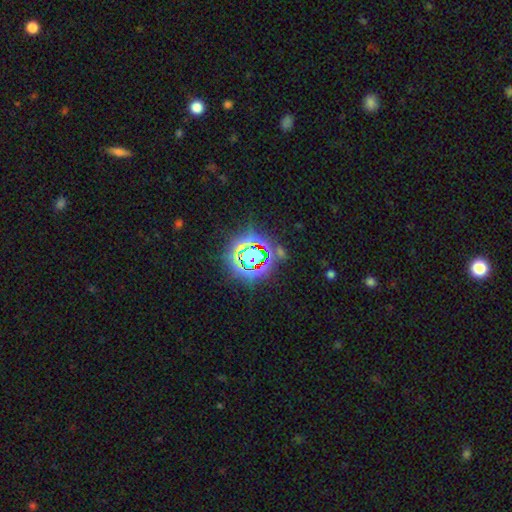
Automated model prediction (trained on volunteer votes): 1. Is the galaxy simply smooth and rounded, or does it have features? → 78% star or artifact, 14% smooth, 9% featured or disk.